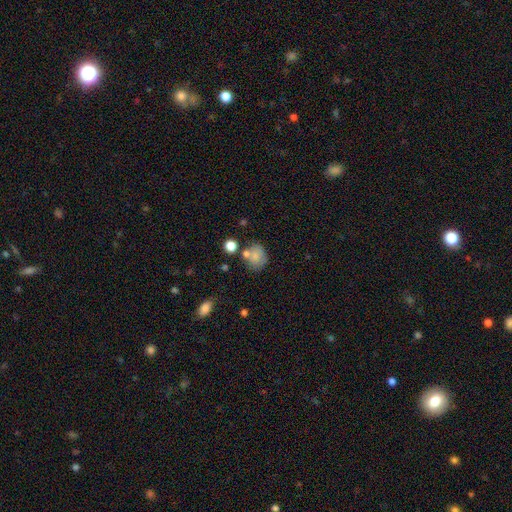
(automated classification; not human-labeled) Morphology: type=smooth (74%); roundness=round (63%); merging=none (52%).